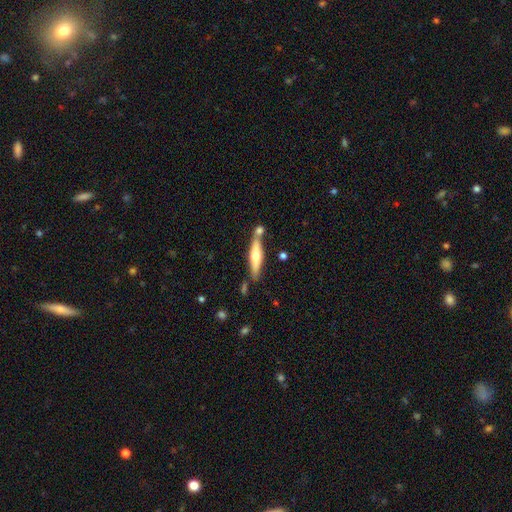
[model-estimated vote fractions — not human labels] Morphology: type=featured or disk (50%); edge-on=yes (89%); merging=none (63%).